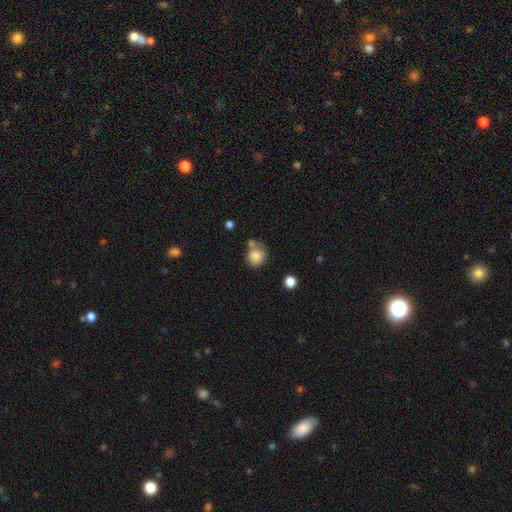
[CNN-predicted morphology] The model was most divided on "merging": none: 57%, merger: 22%, minor disturbance: 16%, major disturbance: 5%. More confident: how rounded — round (85%); smooth or featured — smooth (83%).